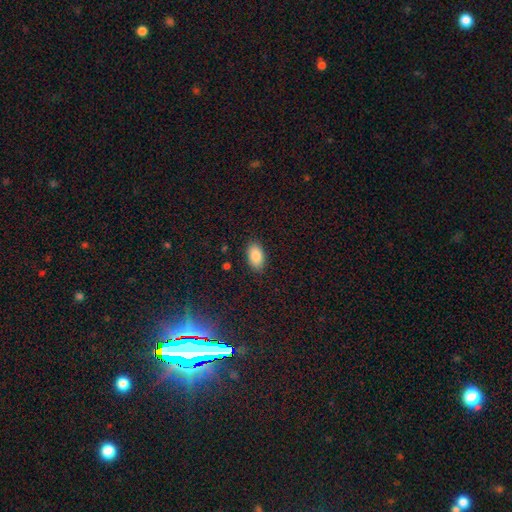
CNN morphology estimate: Smooth or featured? smooth (87%)
How rounded? in between (93%)
Merging? none (87%)